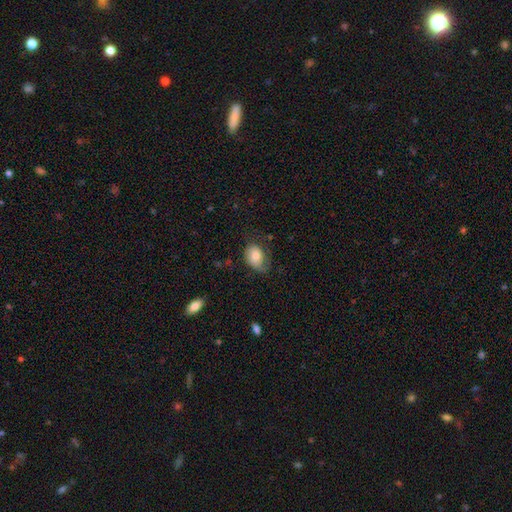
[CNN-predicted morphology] Q: Smooth or featured?
A: smooth (69%); runner-up: featured or disk (23%)
Q: How rounded?
A: in between (73%); runner-up: round (26%)
Q: Merging?
A: none (47%); runner-up: minor disturbance (31%)